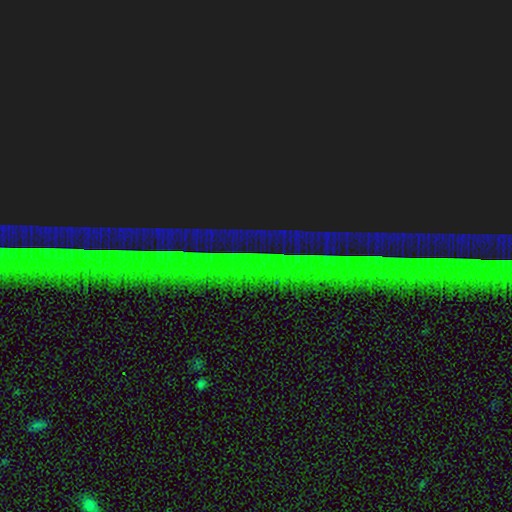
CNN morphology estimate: Smooth or featured: star or artifact — 85% (featured or disk — 8%)